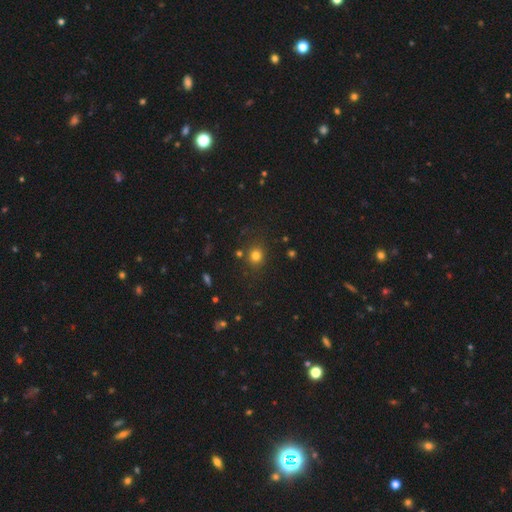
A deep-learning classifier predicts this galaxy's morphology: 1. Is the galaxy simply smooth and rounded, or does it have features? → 77% smooth, 16% star or artifact, 7% featured or disk.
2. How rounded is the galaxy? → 81% round, 18% in between, 1% cigar-shaped.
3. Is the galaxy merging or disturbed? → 80% none, 10% minor disturbance, 5% merger, 4% major disturbance.